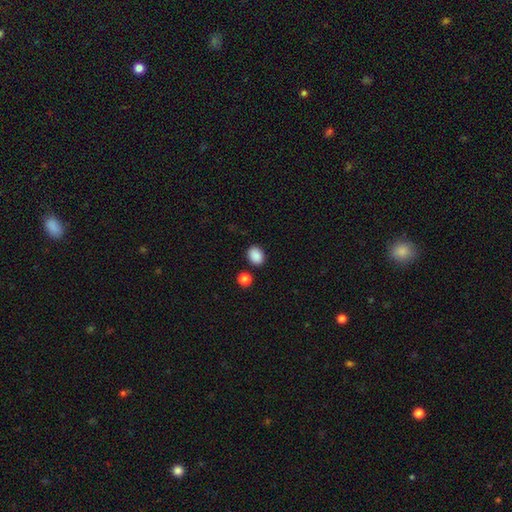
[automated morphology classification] smooth-or-featured: smooth: 88% | star or artifact: 9% | featured or disk: 3%
  how-rounded: in between: 62% | round: 37% | cigar-shaped: 1%
  merging: none: 84% | minor disturbance: 9% | merger: 4% | major disturbance: 2%